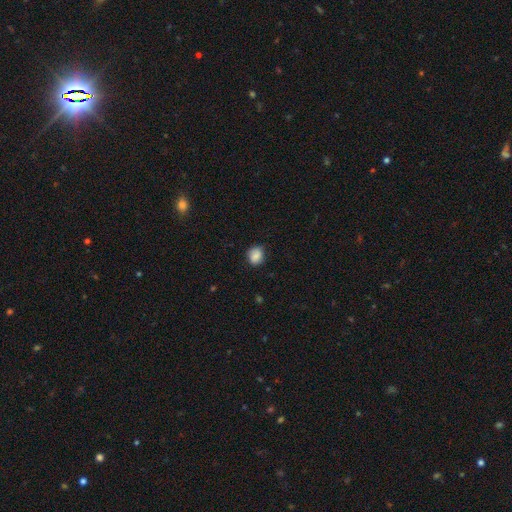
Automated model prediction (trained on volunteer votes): Smooth or featured?
  - smooth: 84% *
  - star or artifact: 8%
  - featured or disk: 7%
How rounded?
  - round: 64% *
  - in between: 35%
  - cigar-shaped: 1%
Merging?
  - none: 80% *
  - minor disturbance: 15%
  - major disturbance: 3%
  - merger: 1%